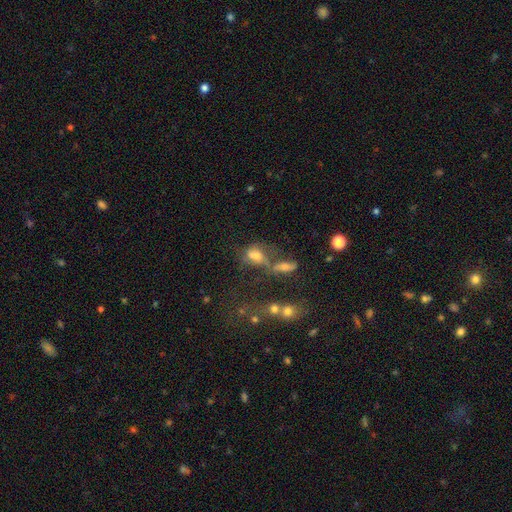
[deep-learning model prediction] Smooth or featured? Predicted: smooth (p=0.55). How rounded? Predicted: in between (p=0.75). Merging? Predicted: merger (p=0.40).